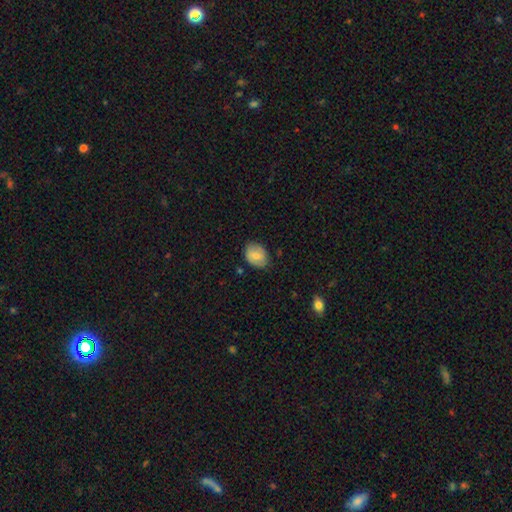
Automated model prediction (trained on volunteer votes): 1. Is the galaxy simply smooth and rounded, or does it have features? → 69% smooth, 24% featured or disk, 7% star or artifact.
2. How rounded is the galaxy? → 65% in between, 34% round, 1% cigar-shaped.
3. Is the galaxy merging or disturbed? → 79% none, 17% minor disturbance, 3% major disturbance, 1% merger.